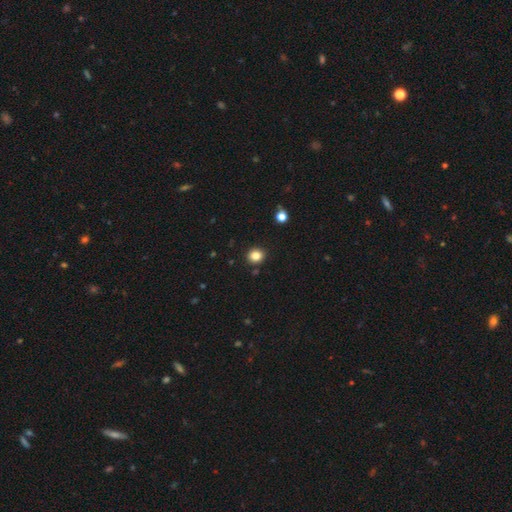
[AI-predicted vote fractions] Overall: smooth (83%). How rounded: round (84%). Merging: none (90%).